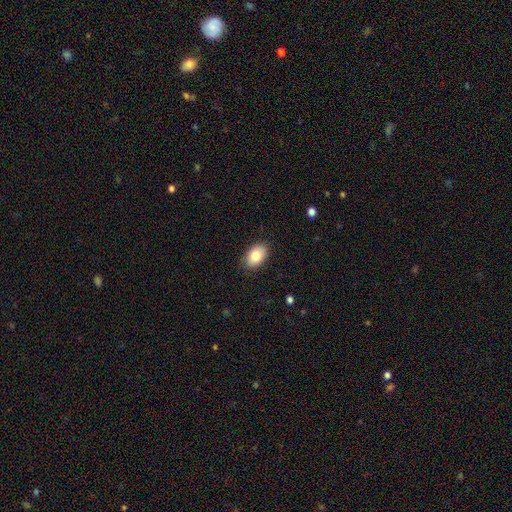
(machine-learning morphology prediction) Smooth or featured? Predicted: smooth (p=0.83). How rounded? Predicted: in between (p=0.88). Merging? Predicted: none (p=0.86).